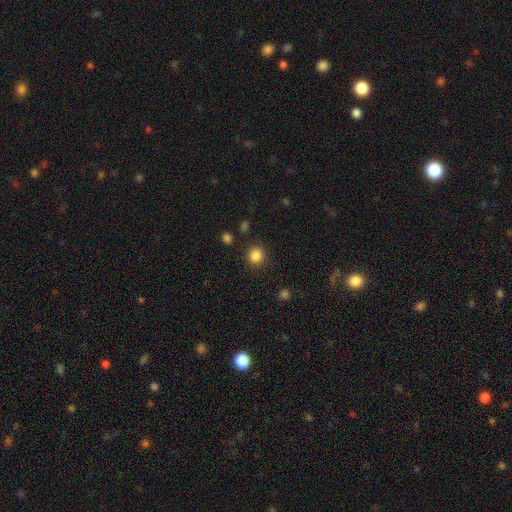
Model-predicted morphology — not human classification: This appears to be a smooth galaxy with no disk features (85%) that is round (91%). Merging: none (90%).